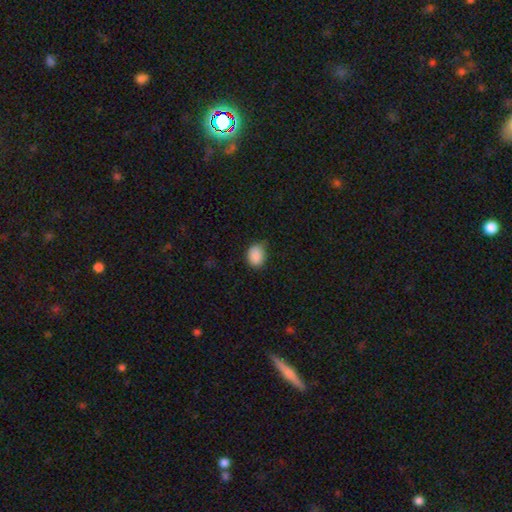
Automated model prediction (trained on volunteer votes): The model was most divided on "how rounded": in between: 55%, round: 44%, cigar-shaped: 1%. More confident: smooth or featured — smooth (88%); merging — none (66%).